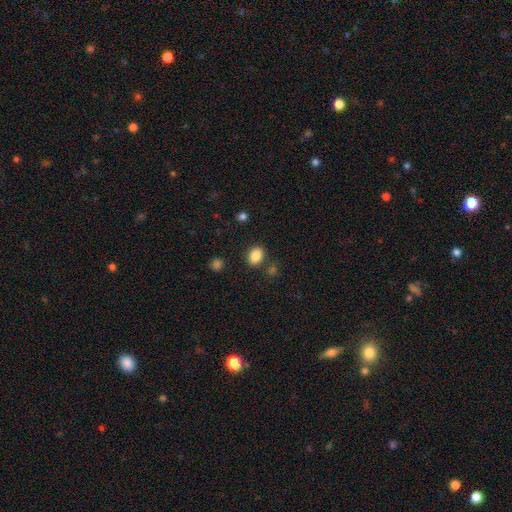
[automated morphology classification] A smooth galaxy with no disk features (86%) that is in between round and cigar-shaped (67%).

Vote fractions:
- Smooth or featured? smooth: 86% / star or artifact: 10% / featured or disk: 4%
- How rounded? in between: 67% / round: 32% / cigar-shaped: 1%
- Merging? none: 80% / minor disturbance: 10% / merger: 6% / major disturbance: 3%